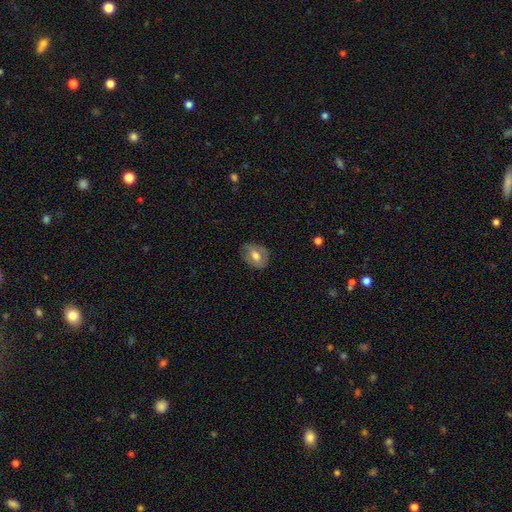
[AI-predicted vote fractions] This is possibly a smooth galaxy (57%). How rounded: likely in between (65%). Merging: likely none (77%).